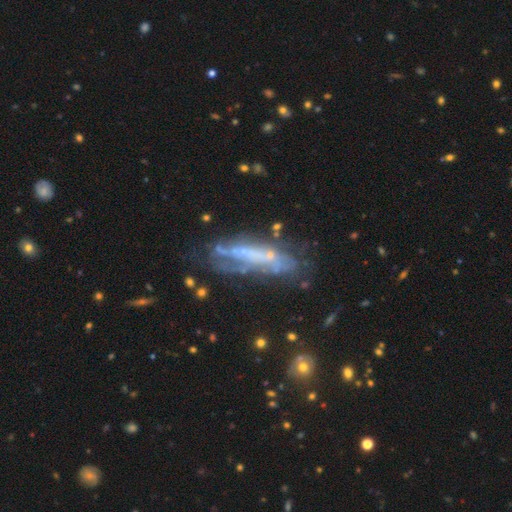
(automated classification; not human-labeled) Smooth or featured? Predicted: featured or disk (p=0.67). Edge-on disk? Predicted: no (p=0.64). Merging? Predicted: none (p=0.50).